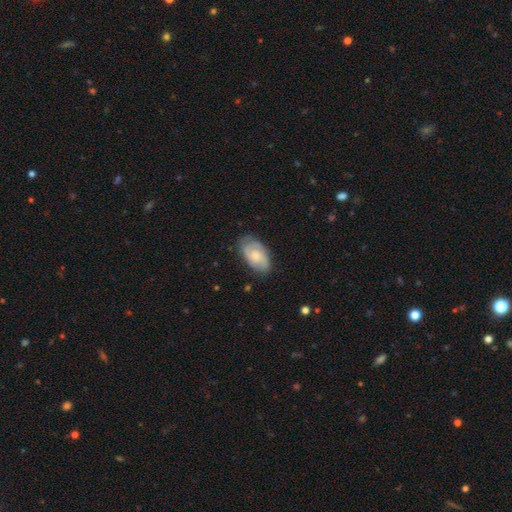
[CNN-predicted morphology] This is possibly a featured or disk galaxy (53%). It is clearly not viewed edge-on (95%). Bar: likely no (69%). Spiral arm pattern: clearly yes (87%). Central bulge: marginally moderate (41%). Merging: likely none (74%).